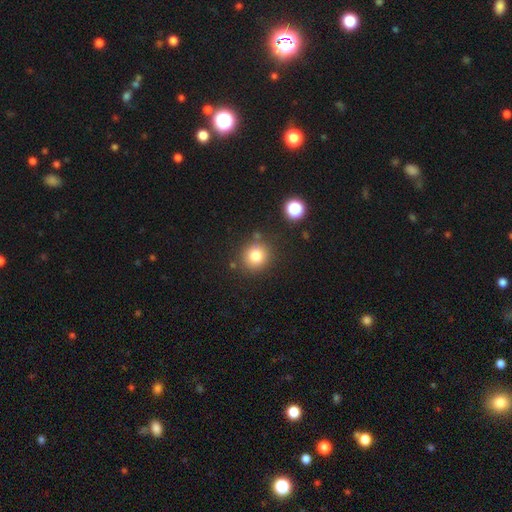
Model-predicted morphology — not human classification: This is likely a smooth galaxy (80%). How rounded: clearly round (87%). Merging: clearly none (82%).